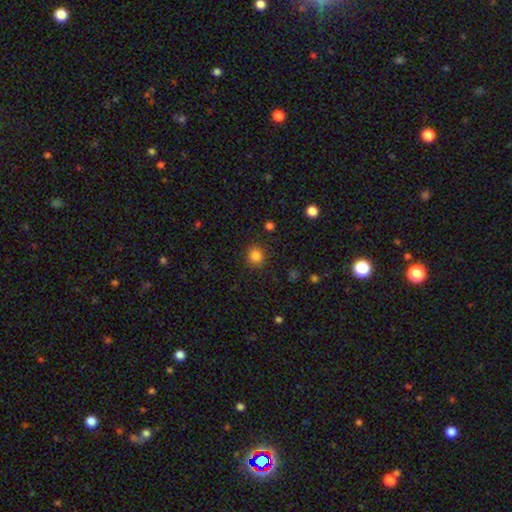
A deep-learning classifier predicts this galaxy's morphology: This is clearly a smooth galaxy (84%). How rounded: clearly round (90%). Merging: clearly none (90%).